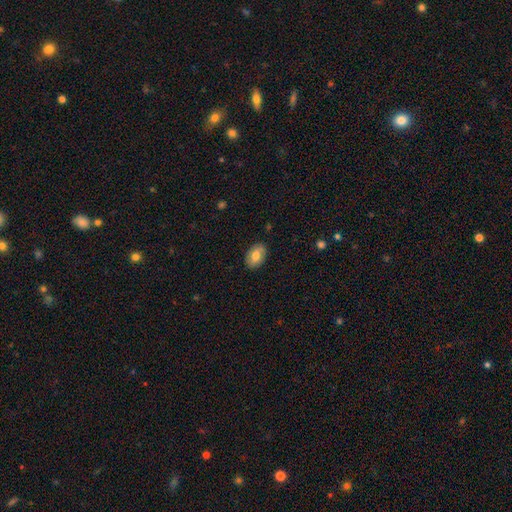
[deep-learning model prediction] smooth_or_featured: smooth (p=0.75) [alt: featured or disk p=0.18]
how_rounded: in between (p=0.87) [alt: round p=0.11]
merging: none (p=0.86) [alt: minor disturbance p=0.11]